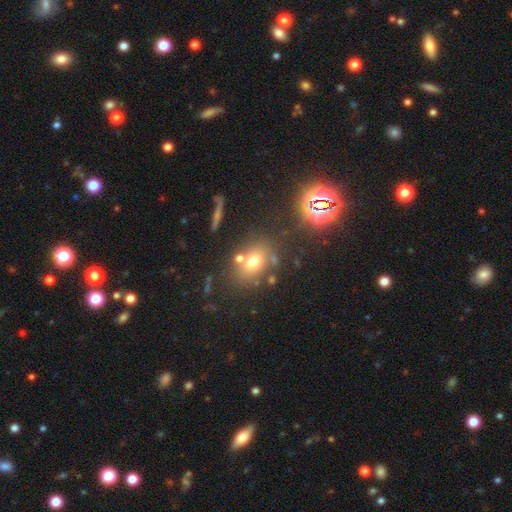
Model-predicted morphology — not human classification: A smooth galaxy with no disk features (62%) that is in between round and cigar-shaped (58%). Merging: none (68%).